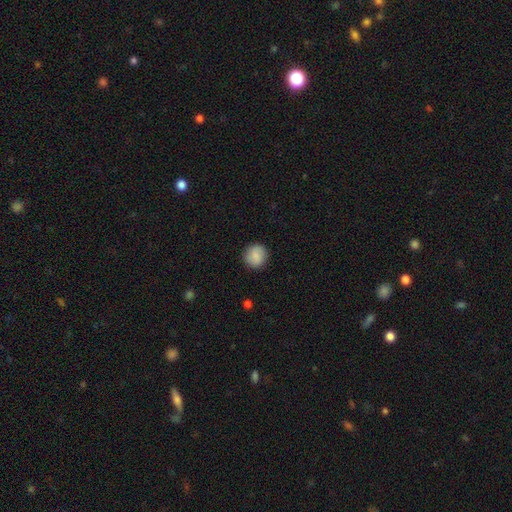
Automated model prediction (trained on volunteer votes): The model was most divided on "smooth or featured": smooth: 86%, star or artifact: 7%, featured or disk: 6%. More confident: how rounded — round (93%); merging — none (90%).